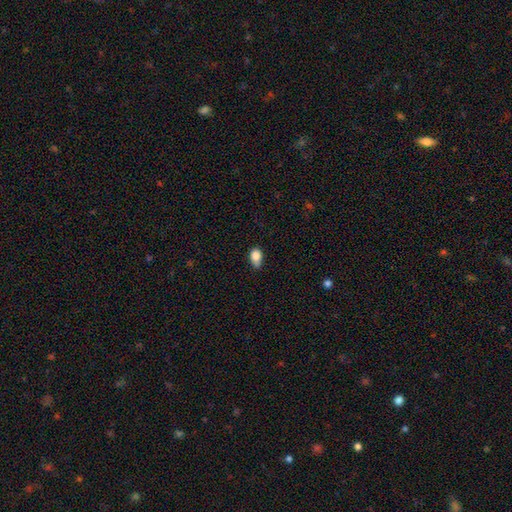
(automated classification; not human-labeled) Overall: smooth (84%). How rounded: in between (80%). Merging: none (45%; minor disturbance 44%).